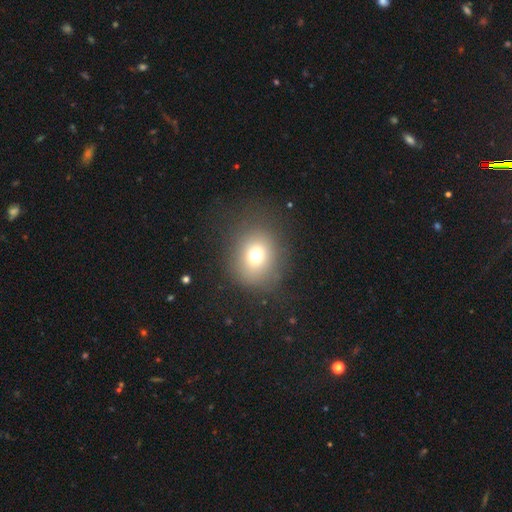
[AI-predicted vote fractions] Q: Smooth or featured?
A: smooth (71%); runner-up: star or artifact (17%)
Q: How rounded?
A: round (74%); runner-up: in between (25%)
Q: Merging?
A: none (80%); runner-up: minor disturbance (11%)